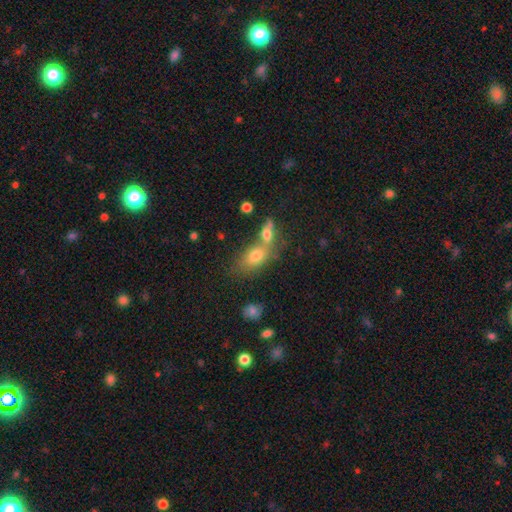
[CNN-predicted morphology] This is likely a smooth galaxy (74%). How rounded: clearly in between (81%). Merging: possibly merger (47%).